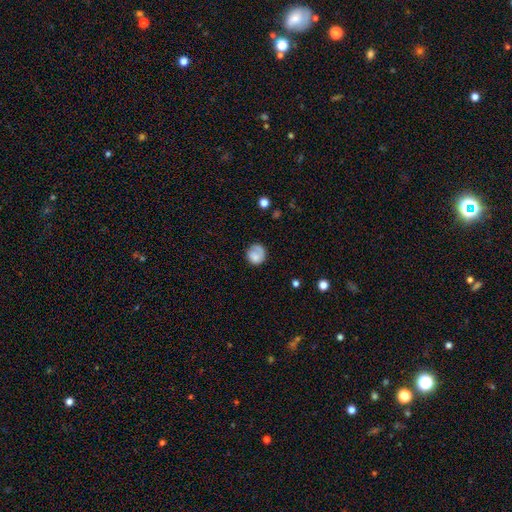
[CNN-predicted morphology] Smooth or featured? Predicted: smooth (p=0.73). How rounded? Predicted: round (p=0.80). Merging? Predicted: none (p=0.62).